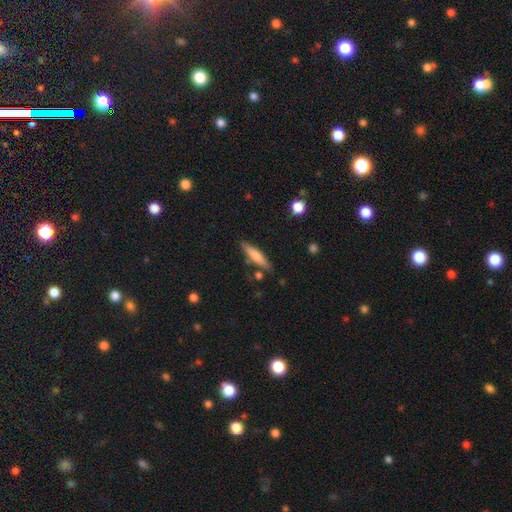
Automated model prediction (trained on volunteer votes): Q: Smooth or featured?
A: smooth (63%); runner-up: featured or disk (30%)
Q: How rounded?
A: cigar-shaped (84%); runner-up: in between (14%)
Q: Merging?
A: none (82%); runner-up: minor disturbance (11%)